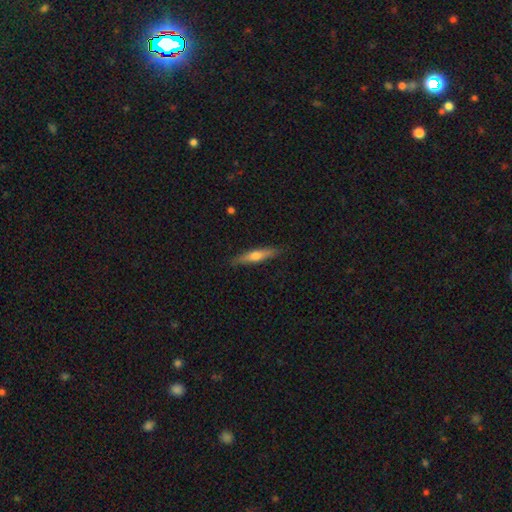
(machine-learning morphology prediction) This is possibly a smooth galaxy (48%). Merging: clearly none (88%).